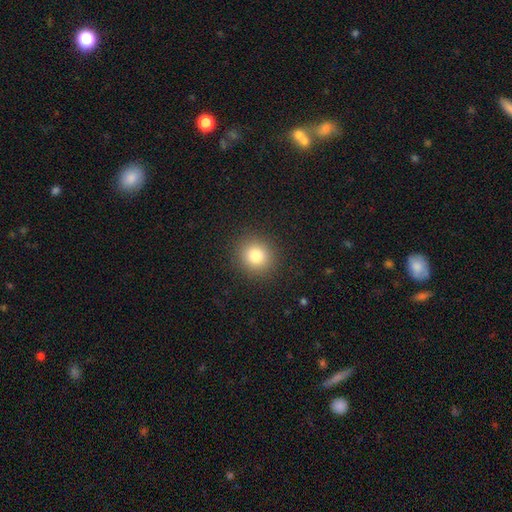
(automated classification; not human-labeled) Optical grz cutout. It shows a smooth galaxy with no disk features (81%) that is round (87%). Merging: none (91%).